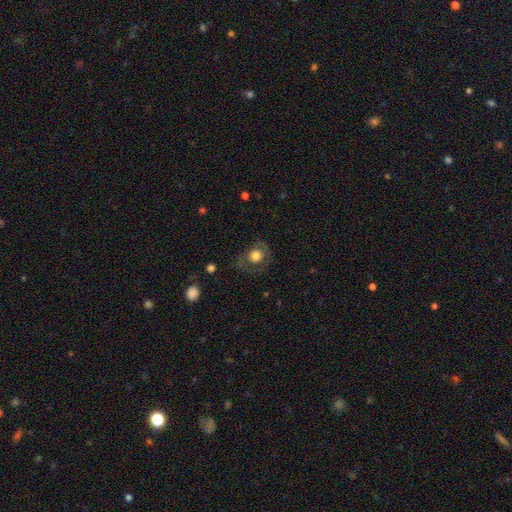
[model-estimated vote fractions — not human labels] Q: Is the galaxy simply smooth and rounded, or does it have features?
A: smooth — 62%.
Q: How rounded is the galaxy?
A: round — 71%.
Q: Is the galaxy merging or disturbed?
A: none — 67%.